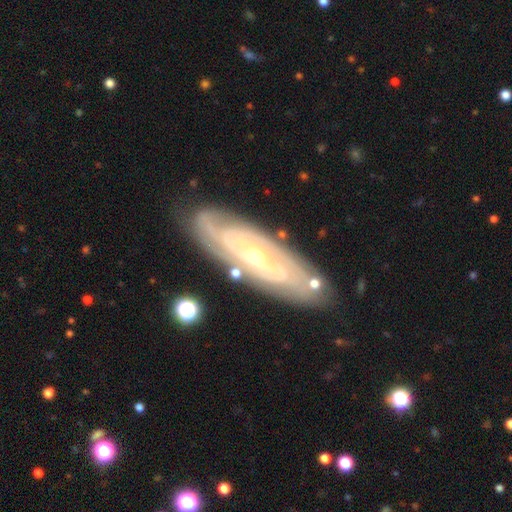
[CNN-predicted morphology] smooth-or-featured: featured or disk: 83% | smooth: 11% | star or artifact: 5%
  disk-edge-on: no: 85% | yes: 15%
    bar: no: 72% | weak: 21% | strong: 7%
    has-spiral-arms: yes: 91% | no: 9%
      spiral-winding: tight: 75% | medium: 20% | loose: 5%
      spiral-arm-count: can't tell: 49% | 2: 19% | 3: 12% | 4: 10% | more than 4: 5% | 1: 4%
    bulge-size: small: 66% | moderate: 31% | large: 1% | none: 1% | dominant: 1%
  merging: none: 81% | minor disturbance: 13% | major disturbance: 3% | merger: 3%